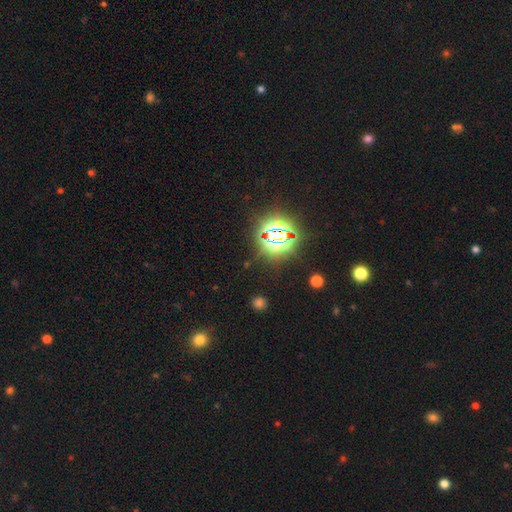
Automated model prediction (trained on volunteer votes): star or artifact 80%, smooth 13%, featured or disk 7%.